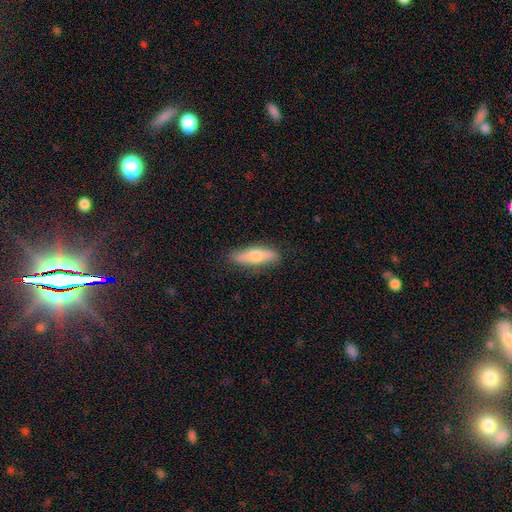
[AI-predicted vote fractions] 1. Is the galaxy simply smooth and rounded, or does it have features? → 57% smooth, 37% featured or disk, 7% star or artifact.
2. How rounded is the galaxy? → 63% cigar-shaped, 35% in between, 2% round.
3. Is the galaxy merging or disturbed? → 85% none, 12% minor disturbance, 2% major disturbance, 1% merger.